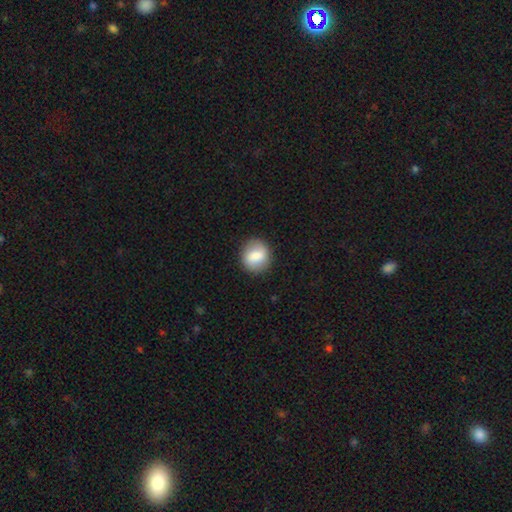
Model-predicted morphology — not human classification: Q: Smooth or featured?
A: smooth (77%); runner-up: featured or disk (16%)
Q: How rounded?
A: round (80%); runner-up: in between (19%)
Q: Merging?
A: none (87%); runner-up: minor disturbance (9%)